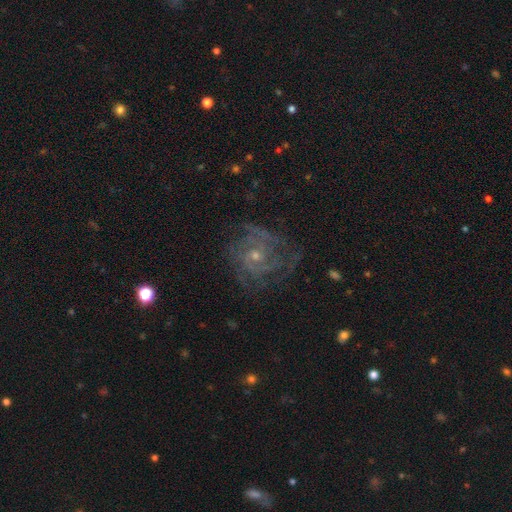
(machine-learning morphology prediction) featured or disk 78%, smooth 12%, star or artifact 10%. Down the decision tree: edge-on disk — no (97%); bar — no (72%); spiral arms — yes (88%); spiral arm count — can't tell (38%); spiral winding — tight (53%); bulge size — small (60%); merging — none (65%).